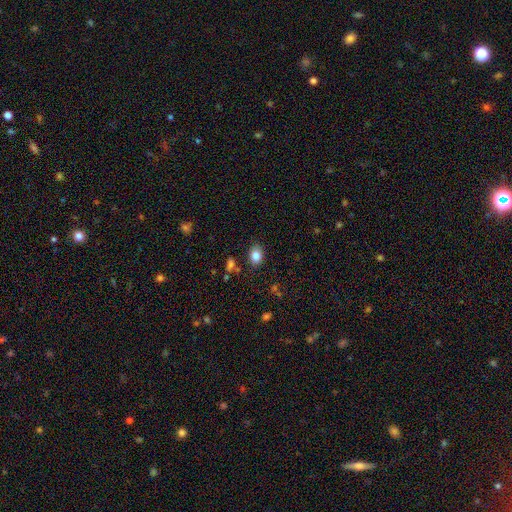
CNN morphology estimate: Smooth or featured?
  - smooth: 85% *
  - star or artifact: 10%
  - featured or disk: 6%
How rounded?
  - in between: 68% *
  - round: 31%
  - cigar-shaped: 1%
Merging?
  - none: 83% *
  - minor disturbance: 11%
  - major disturbance: 3%
  - merger: 3%